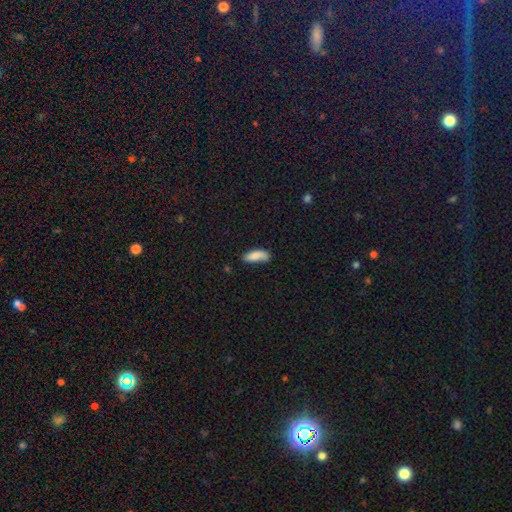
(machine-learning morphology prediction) A smooth galaxy with no disk features (81%) that is in between round and cigar-shaped (75%). Merging: none (58%).